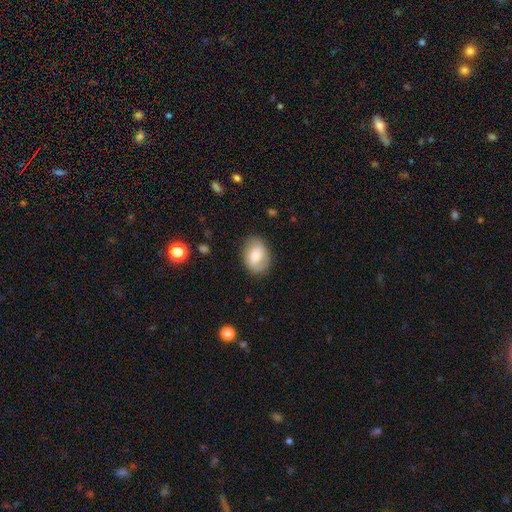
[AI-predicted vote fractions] A smooth galaxy with no disk features (66%) that is in between round and cigar-shaped (76%).

Vote fractions:
- Smooth or featured? smooth: 66% / featured or disk: 27% / star or artifact: 7%
- How rounded? in between: 76% / round: 23% / cigar-shaped: 1%
- Merging? none: 80% / minor disturbance: 14% / major disturbance: 4% / merger: 1%